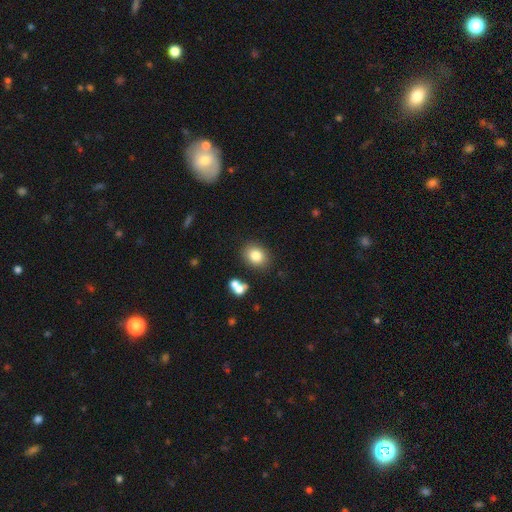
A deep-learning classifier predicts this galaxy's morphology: smooth_or_featured: smooth (p=0.81) [alt: star or artifact p=0.10]
how_rounded: in between (p=0.53) [alt: round p=0.46]
merging: none (p=0.82) [alt: minor disturbance p=0.10]